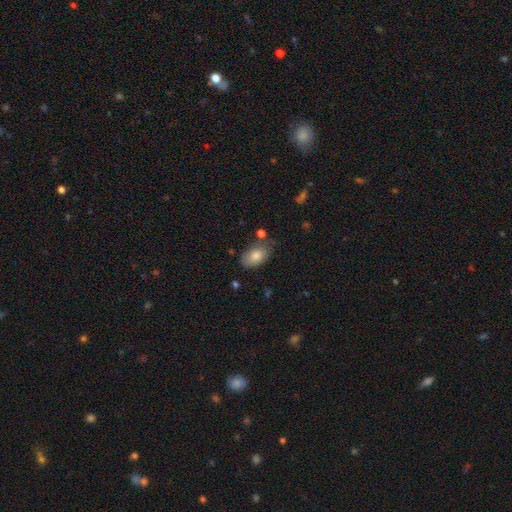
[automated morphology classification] A smooth galaxy with no disk features (79%) that is in between round and cigar-shaped (92%).

Vote fractions:
- Smooth or featured? smooth: 79% / featured or disk: 13% / star or artifact: 8%
- How rounded? in between: 92% / round: 7% / cigar-shaped: 2%
- Merging? none: 66% / minor disturbance: 23% / major disturbance: 5% / merger: 5%